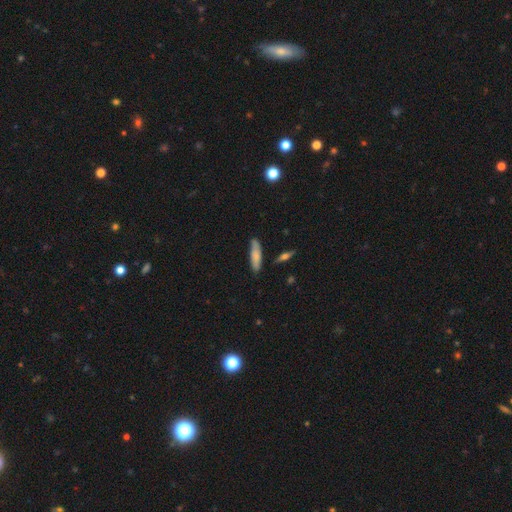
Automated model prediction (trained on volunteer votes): This is likely a smooth galaxy (75%). How rounded: likely cigar-shaped (66%). Merging: likely none (77%).